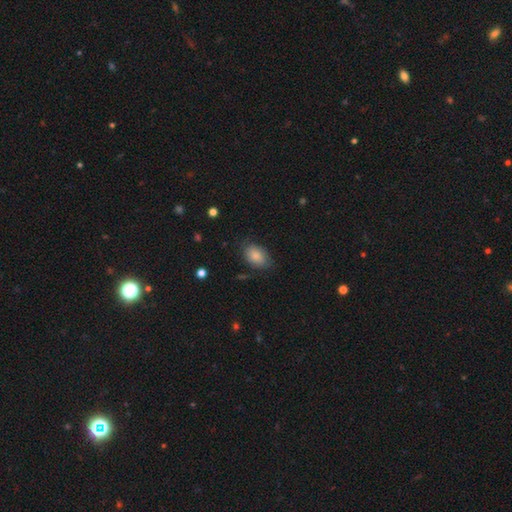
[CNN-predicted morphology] Smooth or featured: smooth — 82% (featured or disk — 11%)
How rounded: in between — 87% (round — 12%)
Merging: none — 69% (minor disturbance — 24%)